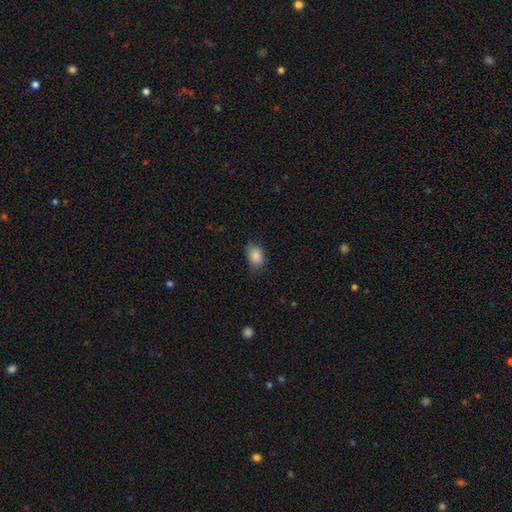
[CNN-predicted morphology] Q: Smooth or featured?
A: smooth (87%); runner-up: star or artifact (8%)
Q: How rounded?
A: in between (77%); runner-up: round (22%)
Q: Merging?
A: none (68%); runner-up: minor disturbance (26%)